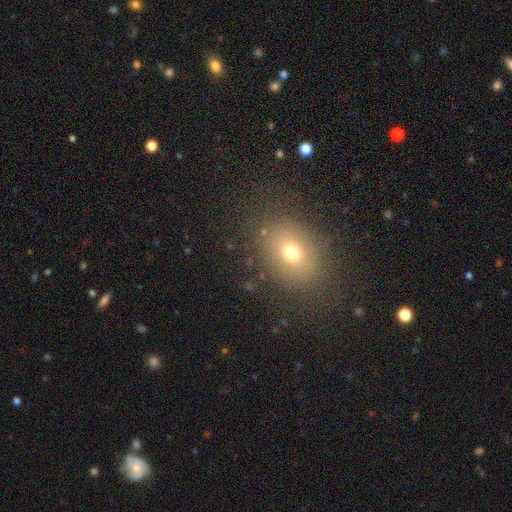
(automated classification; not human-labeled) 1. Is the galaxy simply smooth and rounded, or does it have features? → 64% smooth, 25% star or artifact, 11% featured or disk.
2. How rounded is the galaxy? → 61% in between, 38% round, 2% cigar-shaped.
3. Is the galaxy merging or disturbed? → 88% none, 7% minor disturbance, 3% major disturbance, 1% merger.